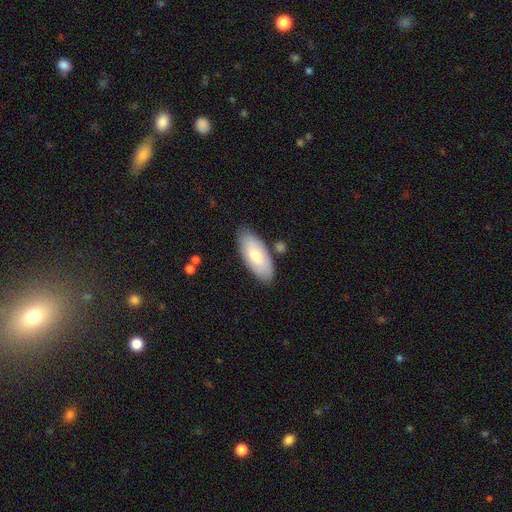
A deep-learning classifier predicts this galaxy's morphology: This is likely a smooth galaxy (72%). How rounded: clearly in between (86%). Merging: clearly none (81%).